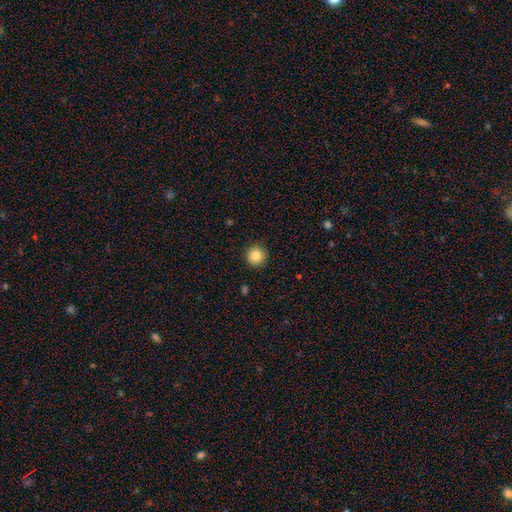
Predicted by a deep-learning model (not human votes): Smooth or featured? smooth (85%)
How rounded? round (95%)
Merging? none (92%)